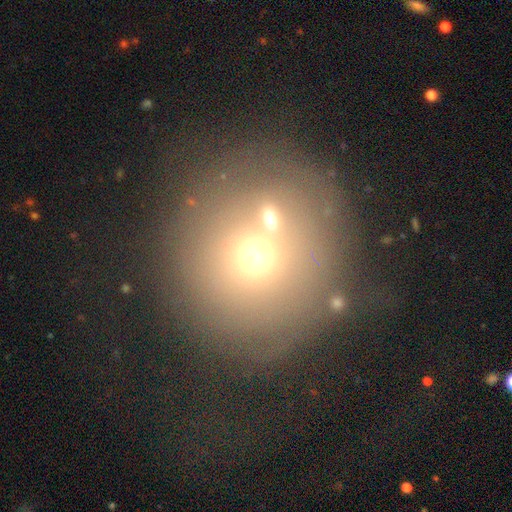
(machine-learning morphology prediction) smooth 61%, star or artifact 20%, featured or disk 19%. Down the decision tree: how rounded — round (93%); merging — none (59%).